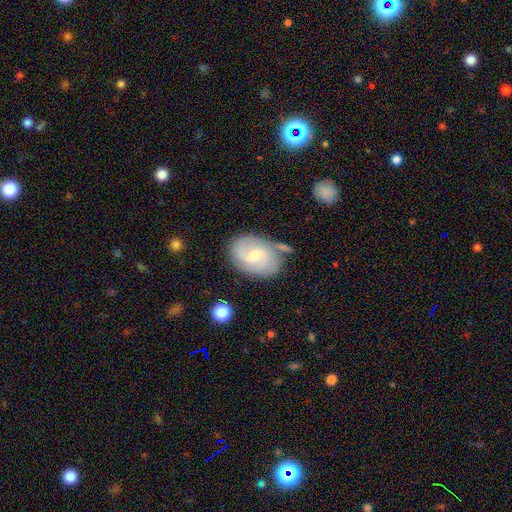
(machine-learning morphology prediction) featured or disk 68%, smooth 25%, star or artifact 7%. Down the decision tree: edge-on disk — no (96%); bar — weak (48%); spiral arms — yes (87%); spiral arm count — 2 (67%); spiral winding — medium (43%); bulge size — small (53%); merging — none (65%).